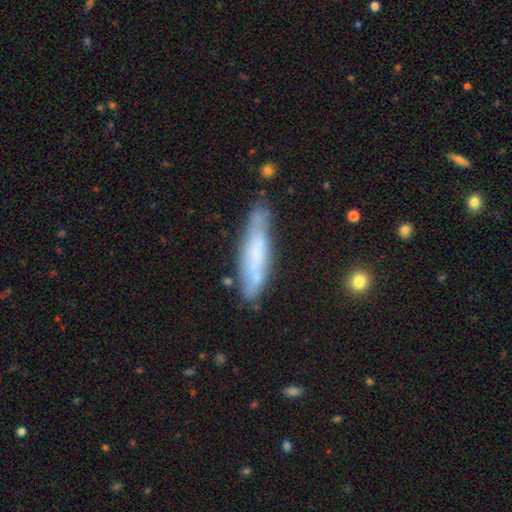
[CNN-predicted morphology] smooth 53%, featured or disk 40%, star or artifact 8%. Down the decision tree: how rounded — cigar-shaped (81%); merging — none (66%).